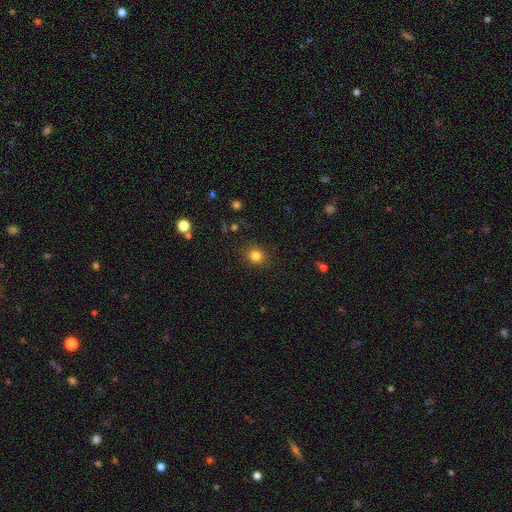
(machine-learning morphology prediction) This appears to be a smooth galaxy with no disk features (82%) that is round (76%). Merging: none (88%).